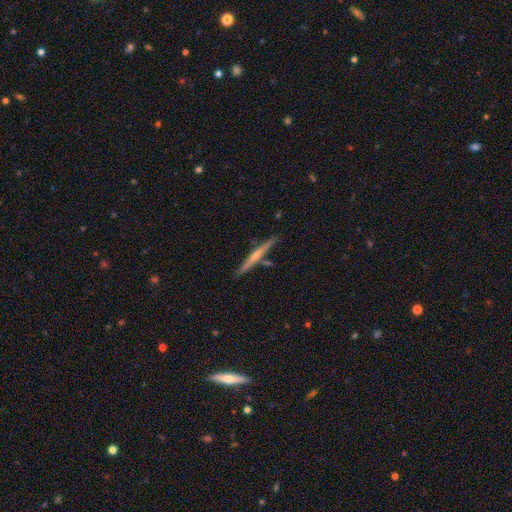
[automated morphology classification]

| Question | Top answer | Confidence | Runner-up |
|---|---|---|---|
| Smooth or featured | featured or disk | 66% | smooth (28%) |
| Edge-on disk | yes | 98% | no (2%) |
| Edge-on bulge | rounded | 67% | none (28%) |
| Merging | none | 86% | minor disturbance (9%) |